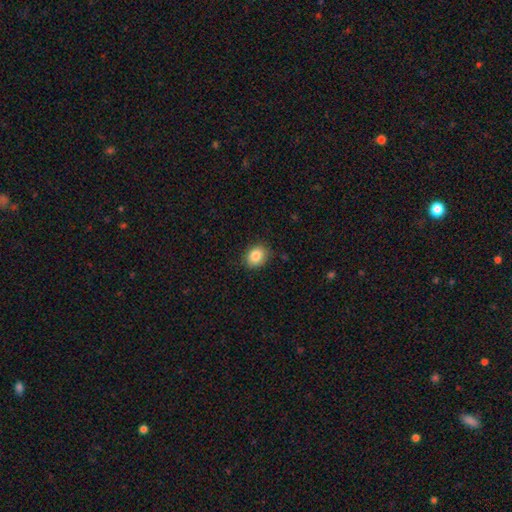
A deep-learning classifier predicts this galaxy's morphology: Smooth or featured? smooth (85%)
How rounded? round (53%)
Merging? none (85%)